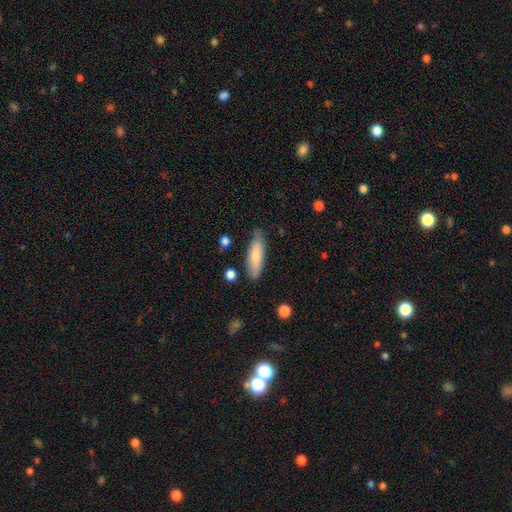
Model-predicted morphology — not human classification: Smooth or featured?
  - smooth: 75% *
  - featured or disk: 19%
  - star or artifact: 6%
How rounded?
  - cigar-shaped: 52% *
  - in between: 47%
  - round: 2%
Merging?
  - none: 80% *
  - minor disturbance: 15%
  - major disturbance: 3%
  - merger: 2%